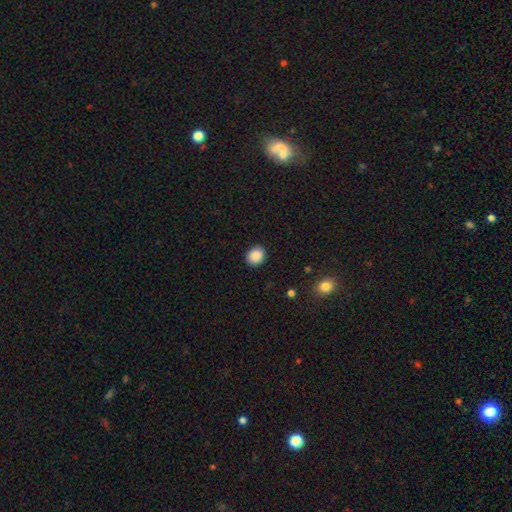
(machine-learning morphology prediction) smooth_or_featured: smooth (p=0.89) [alt: star or artifact p=0.09]
how_rounded: round (p=0.64) [alt: in between p=0.35]
merging: none (p=0.90) [alt: minor disturbance p=0.07]